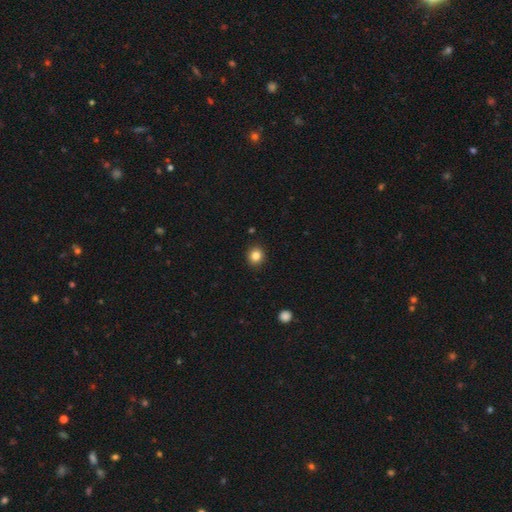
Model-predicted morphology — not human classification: smooth-or-featured: smooth: 84% | star or artifact: 11% | featured or disk: 5%
  how-rounded: round: 86% | in between: 13% | cigar-shaped: 1%
  merging: none: 92% | minor disturbance: 6% | major disturbance: 2% | merger: 1%